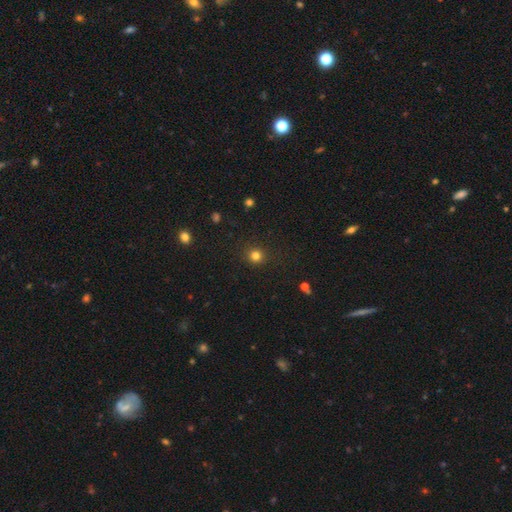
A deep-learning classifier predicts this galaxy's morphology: Smooth or featured?
  - smooth: 81% *
  - star or artifact: 14%
  - featured or disk: 5%
How rounded?
  - round: 92% *
  - in between: 7%
  - cigar-shaped: 1%
Merging?
  - none: 90% *
  - minor disturbance: 6%
  - major disturbance: 2%
  - merger: 1%